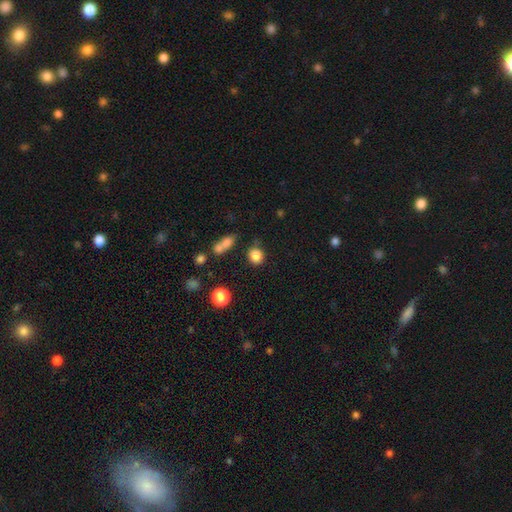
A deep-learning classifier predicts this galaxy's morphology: A smooth galaxy with no disk features (83%) that is round (81%). Merging: none (75%).